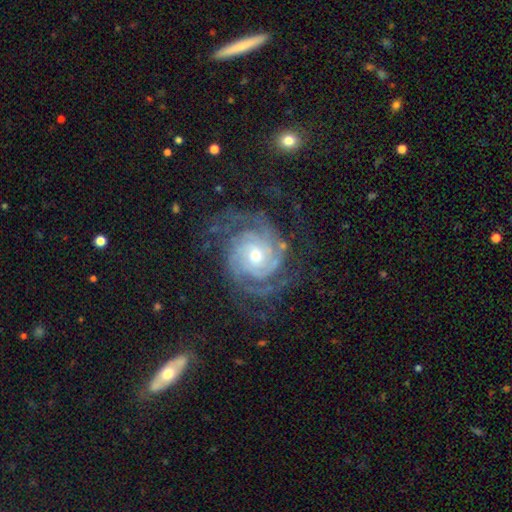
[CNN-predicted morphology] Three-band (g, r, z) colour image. It shows a featured or disk galaxy (91%) with no bar (71%), 2 (30%) tight (68%) spiral arms (98%) and a moderate central bulge (49%). Merging: none (71%).